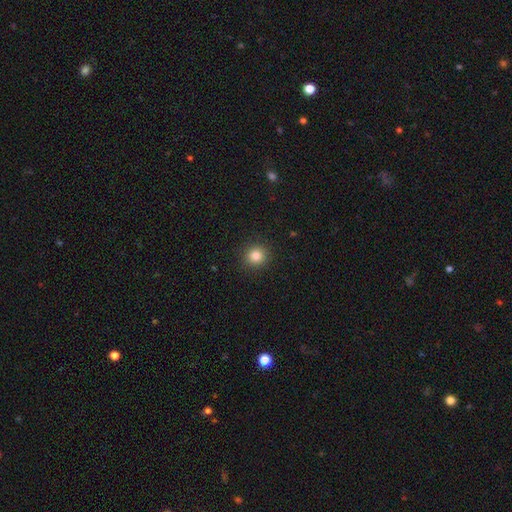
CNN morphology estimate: Overall: smooth (83%). How rounded: round (90%). Merging: none (91%).